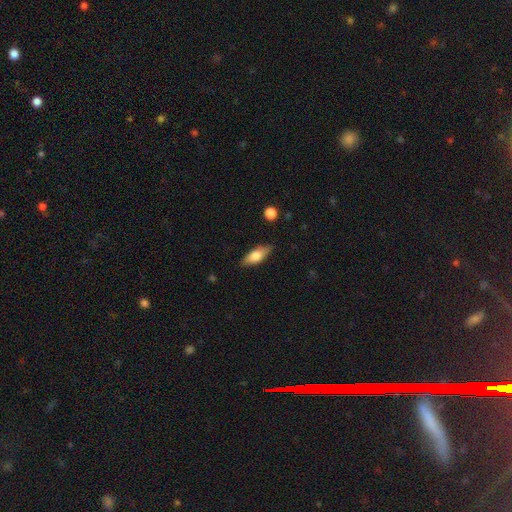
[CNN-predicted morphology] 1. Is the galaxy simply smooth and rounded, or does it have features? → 71% smooth, 23% featured or disk, 6% star or artifact.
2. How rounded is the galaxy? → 73% in between, 24% cigar-shaped, 3% round.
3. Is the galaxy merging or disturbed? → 83% none, 13% minor disturbance, 3% major disturbance, 1% merger.